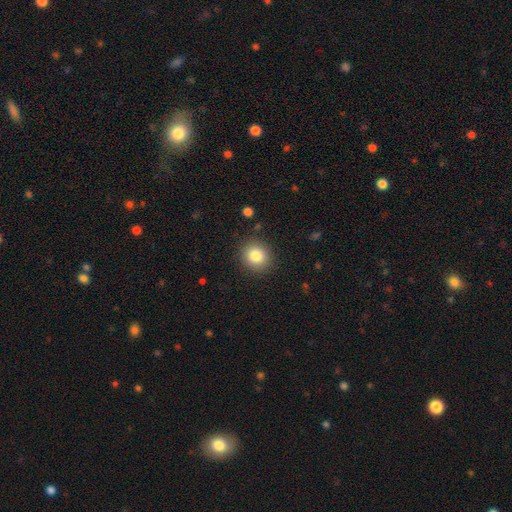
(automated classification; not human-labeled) The model was most divided on "how rounded": round: 85%, in between: 14%, cigar-shaped: 1%. More confident: merging — none (89%); smooth or featured — smooth (84%).